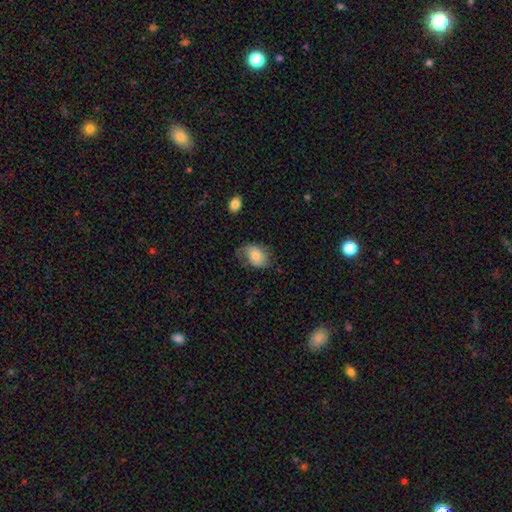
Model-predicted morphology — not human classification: smooth-or-featured: smooth: 72% | featured or disk: 21% | star or artifact: 8%
  how-rounded: in between: 75% | round: 24% | cigar-shaped: 1%
  merging: none: 53% | minor disturbance: 30% | major disturbance: 15% | merger: 2%